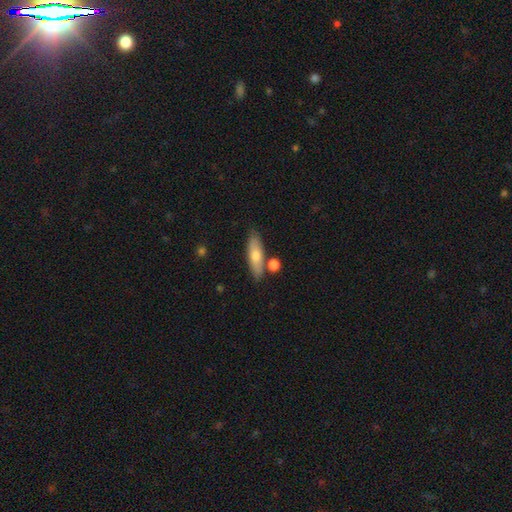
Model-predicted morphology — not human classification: A smooth galaxy with no disk features (65%) that is cigar-shaped (56%).

Vote fractions:
- Smooth or featured? smooth: 65% / featured or disk: 29% / star or artifact: 6%
- How rounded? cigar-shaped: 56% / in between: 41% / round: 3%
- Merging? none: 77% / minor disturbance: 11% / merger: 9% / major disturbance: 3%